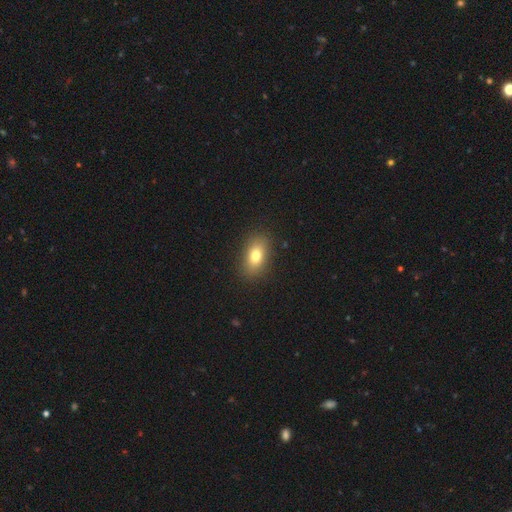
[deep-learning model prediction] smooth-or-featured: smooth: 78% | featured or disk: 13% | star or artifact: 10%
  how-rounded: in between: 85% | round: 12% | cigar-shaped: 4%
  merging: none: 87% | minor disturbance: 9% | major disturbance: 3% | merger: 1%